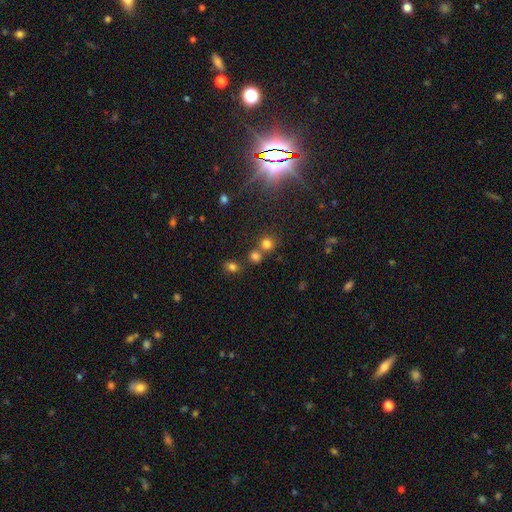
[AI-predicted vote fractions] smooth_or_featured: star or artifact (p=0.48) [alt: smooth p=0.43]